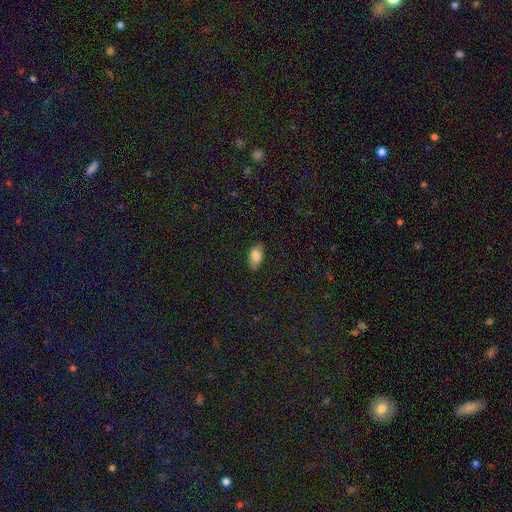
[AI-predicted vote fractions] The model was most divided on "merging": none: 82%, minor disturbance: 14%, major disturbance: 3%, merger: 1%. More confident: how rounded — in between (92%); smooth or featured — smooth (86%).